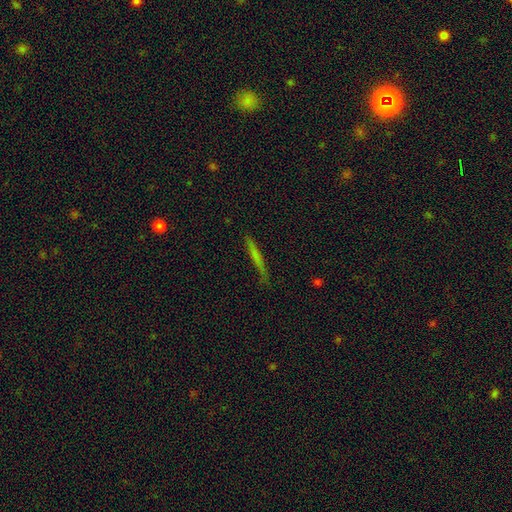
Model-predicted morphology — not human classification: The model was most divided on "smooth or featured": smooth: 60%, featured or disk: 32%, star or artifact: 8%. More confident: how rounded — cigar-shaped (95%); merging — none (79%).